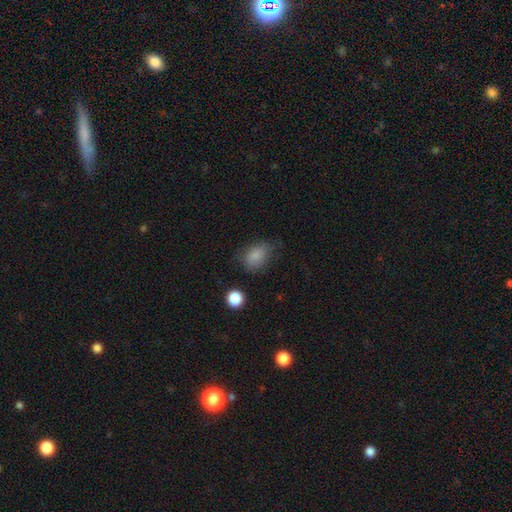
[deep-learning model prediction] Smooth or featured: smooth — 83% (star or artifact — 11%)
How rounded: in between — 73% (round — 26%)
Merging: none — 59% (minor disturbance — 28%)